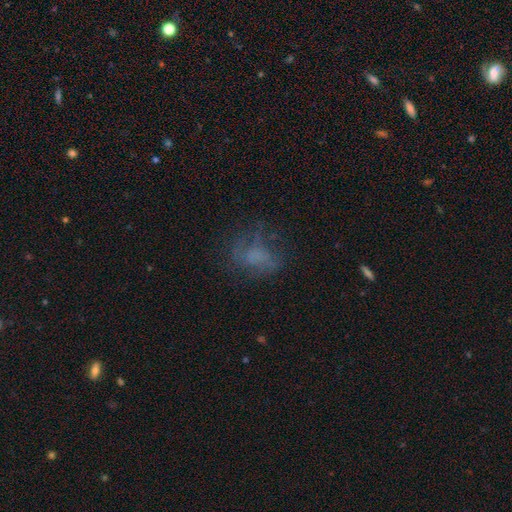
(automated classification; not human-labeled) smooth-or-featured: smooth: 44% | featured or disk: 36% | star or artifact: 20%
  merging: none: 52% | major disturbance: 26% | minor disturbance: 20% | merger: 2%